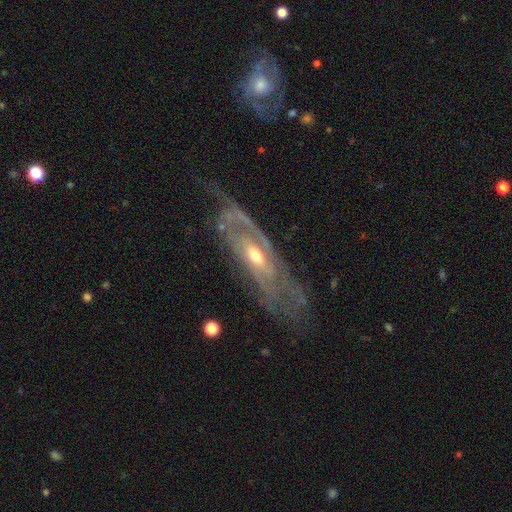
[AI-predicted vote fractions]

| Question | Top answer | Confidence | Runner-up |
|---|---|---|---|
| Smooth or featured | featured or disk | 84% | smooth (11%) |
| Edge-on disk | no | 80% | yes (20%) |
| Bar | no | 61% | weak (29%) |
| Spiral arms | yes | 80% | no (20%) |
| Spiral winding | tight | 54% | medium (32%) |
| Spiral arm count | can't tell | 42% | 2 (37%) |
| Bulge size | moderate | 63% | small (31%) |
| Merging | none | 59% | minor disturbance (21%) |